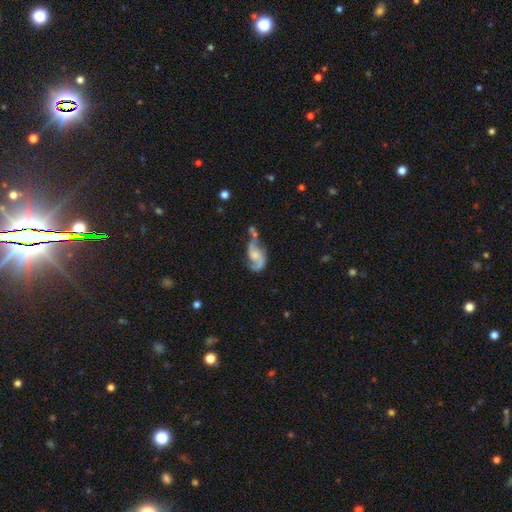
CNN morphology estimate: The model was most divided on "bulge size": small: 42%, moderate: 37%, none: 14%, large: 5%, dominant: 1%. Remaining: edge-on disk — no (97%); spiral arms — yes (94%); spiral arm count — 2 (86%); smooth or featured — featured or disk (80%); bar — no (59%); spiral winding — loose (55%); merging — none (39%).